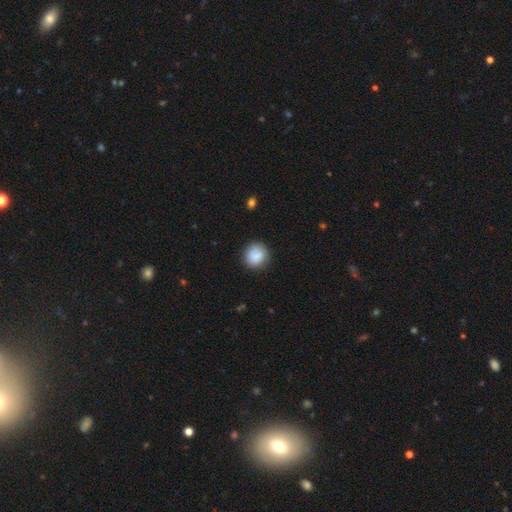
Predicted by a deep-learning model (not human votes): Smooth or featured?
  - smooth: 87% *
  - star or artifact: 7%
  - featured or disk: 6%
How rounded?
  - round: 87% *
  - in between: 12%
  - cigar-shaped: 1%
Merging?
  - none: 84% *
  - minor disturbance: 12%
  - major disturbance: 3%
  - merger: 1%